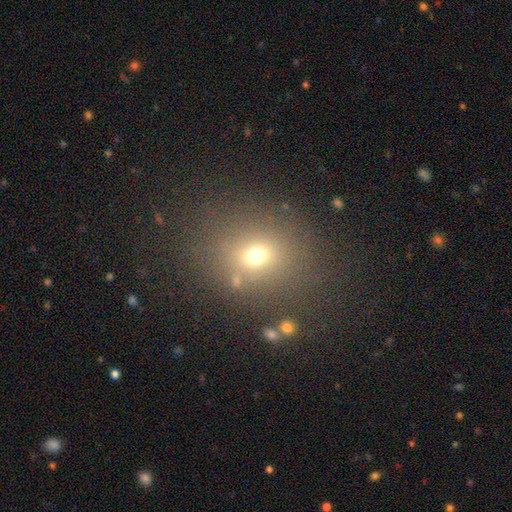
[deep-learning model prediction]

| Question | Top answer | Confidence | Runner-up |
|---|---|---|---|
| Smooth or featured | smooth | 65% | star or artifact (22%) |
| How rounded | round | 60% | in between (39%) |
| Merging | none | 75% | minor disturbance (12%) |